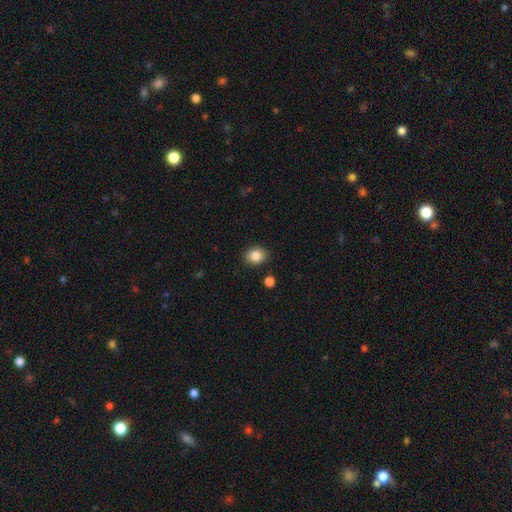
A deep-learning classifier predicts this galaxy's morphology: A smooth galaxy with no disk features (85%) that is in between round and cigar-shaped (52%). Merging: none (88%).